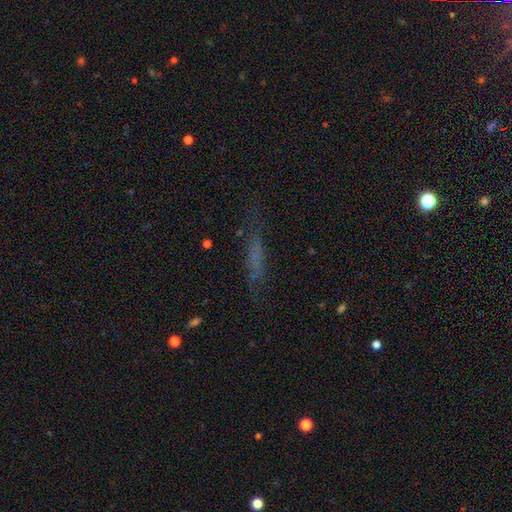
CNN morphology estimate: smooth 52%, featured or disk 31%, star or artifact 18%. Down the decision tree: how rounded — cigar-shaped (83%); merging — none (66%).